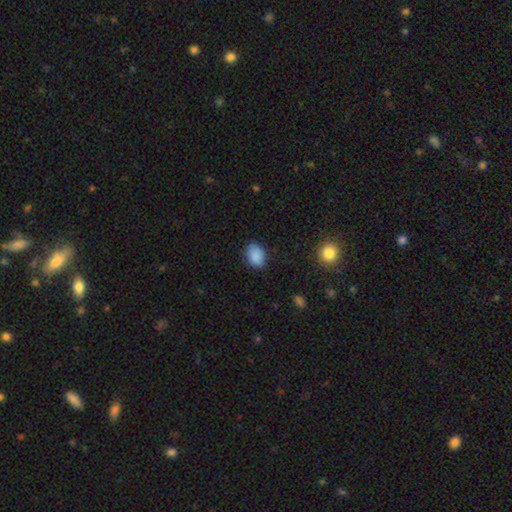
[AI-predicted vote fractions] A smooth galaxy with no disk features (88%) that is in between round and cigar-shaped (74%).

Vote fractions:
- Smooth or featured? smooth: 88% / star or artifact: 8% / featured or disk: 4%
- How rounded? in between: 74% / round: 25% / cigar-shaped: 1%
- Merging? none: 80% / minor disturbance: 15% / major disturbance: 3% / merger: 1%